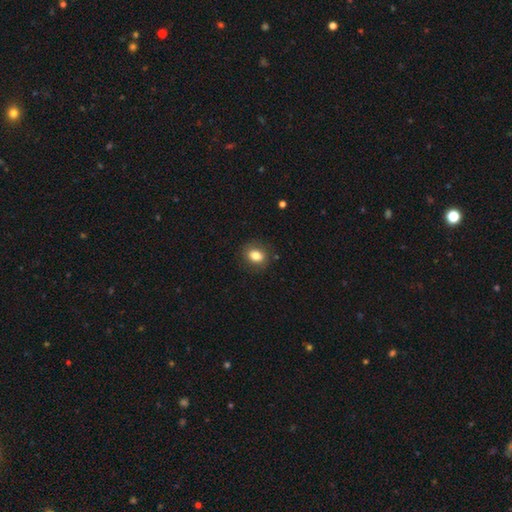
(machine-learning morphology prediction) Overall: smooth (83%). How rounded: in between (56%; round 43%). Merging: none (86%).